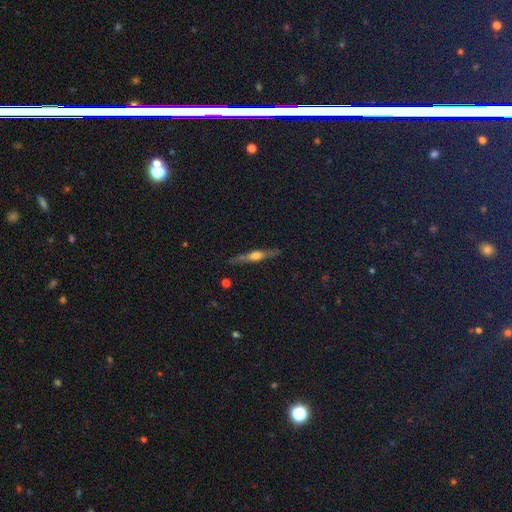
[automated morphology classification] This appears to be a featured or disk galaxy (69%) viewed edge-on (96%) with a rounded central bulge (85%). Merging: none (82%).